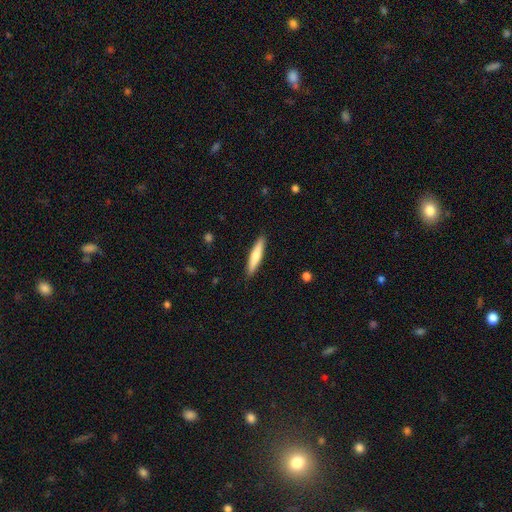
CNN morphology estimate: Smooth or featured: smooth — 66% (featured or disk — 28%)
How rounded: cigar-shaped — 88% (in between — 11%)
Merging: none — 90% (minor disturbance — 8%)